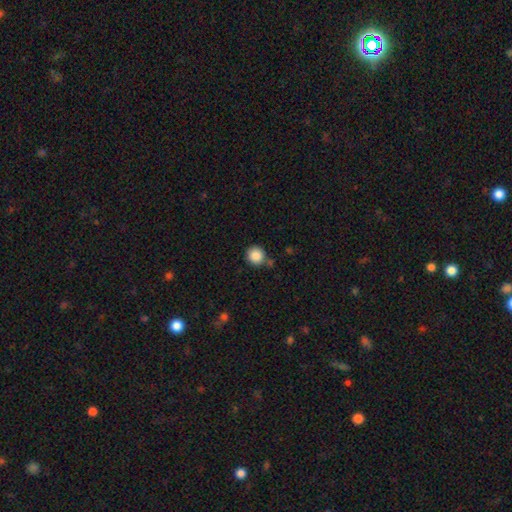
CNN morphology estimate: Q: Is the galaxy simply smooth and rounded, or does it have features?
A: smooth — 87%.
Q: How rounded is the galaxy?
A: round — 92%.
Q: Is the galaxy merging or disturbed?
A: none — 77%.